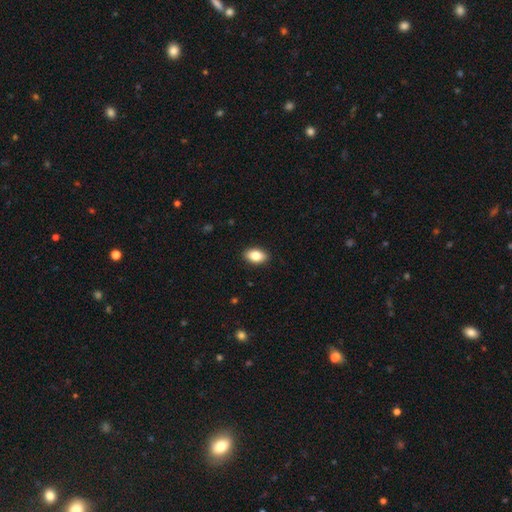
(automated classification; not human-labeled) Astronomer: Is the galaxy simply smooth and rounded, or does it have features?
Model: smooth — 84%.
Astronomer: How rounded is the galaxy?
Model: in between — 90%.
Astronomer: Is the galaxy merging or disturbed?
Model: none — 90%.